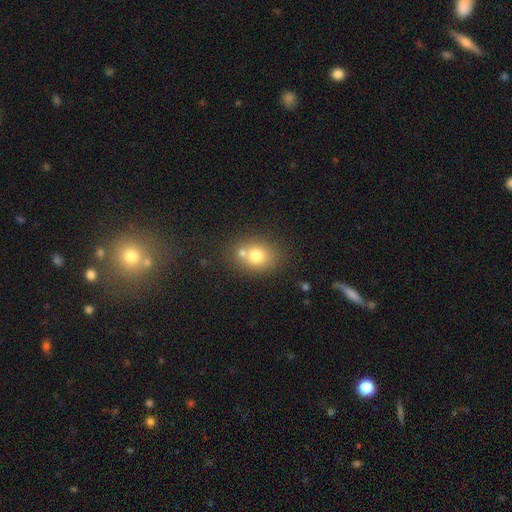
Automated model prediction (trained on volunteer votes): Overall: smooth (74%). How rounded: round (53%; in between 46%). Merging: none (54%; merger 31%).